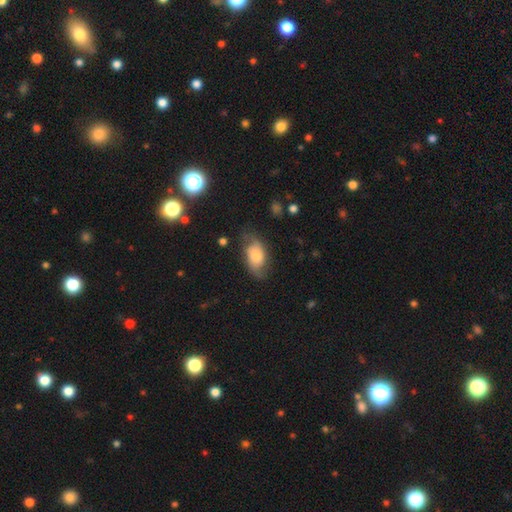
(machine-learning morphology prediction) smooth-or-featured: featured or disk: 50% | smooth: 42% | star or artifact: 8%
  disk-edge-on: no: 93% | yes: 7%
  merging: none: 64% | minor disturbance: 24% | major disturbance: 10% | merger: 2%